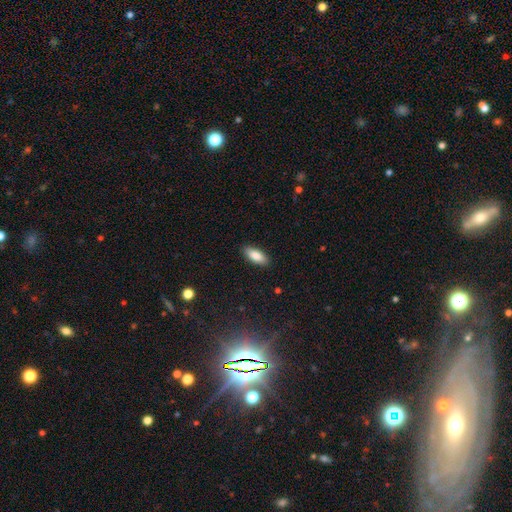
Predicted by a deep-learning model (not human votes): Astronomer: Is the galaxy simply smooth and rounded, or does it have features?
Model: smooth — 86%.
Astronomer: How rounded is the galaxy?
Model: in between — 80%.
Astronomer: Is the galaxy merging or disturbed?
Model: none — 88%.